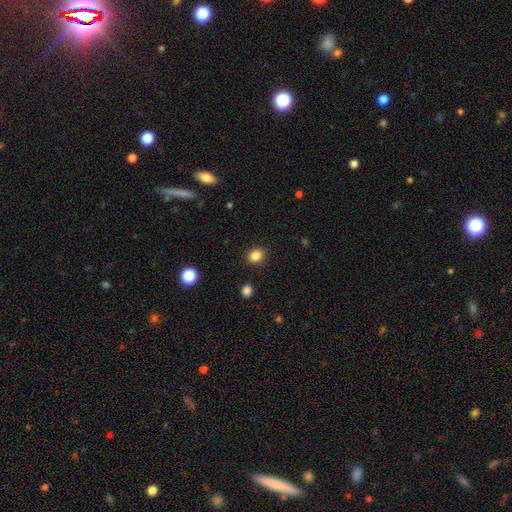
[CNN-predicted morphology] This is clearly a smooth galaxy (85%). How rounded: likely round (66%). Merging: clearly none (89%).